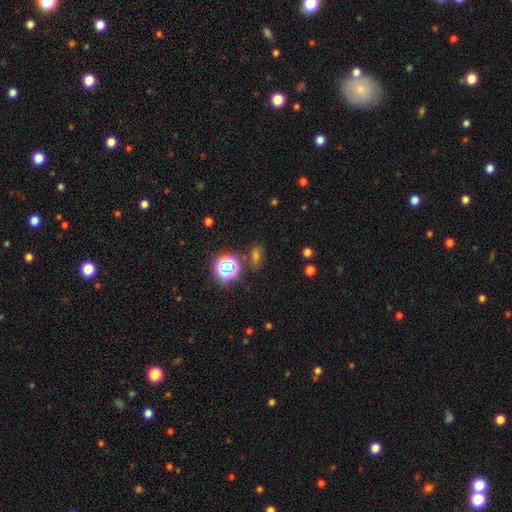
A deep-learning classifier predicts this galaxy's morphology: star or artifact 46%, smooth 41%, featured or disk 13%.